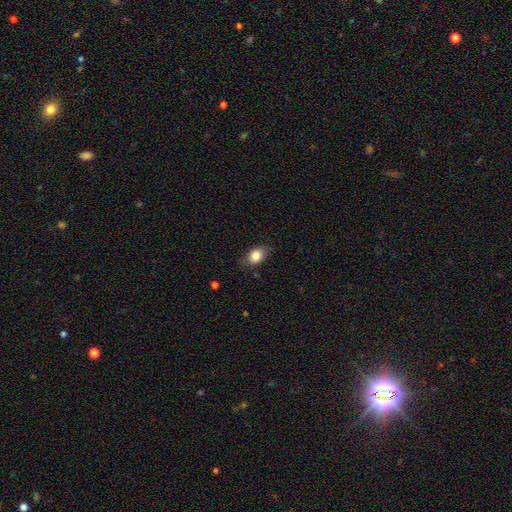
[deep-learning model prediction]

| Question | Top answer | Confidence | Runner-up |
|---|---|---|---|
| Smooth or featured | smooth | 84% | star or artifact (8%) |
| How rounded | in between | 75% | round (23%) |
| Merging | none | 77% | minor disturbance (17%) |